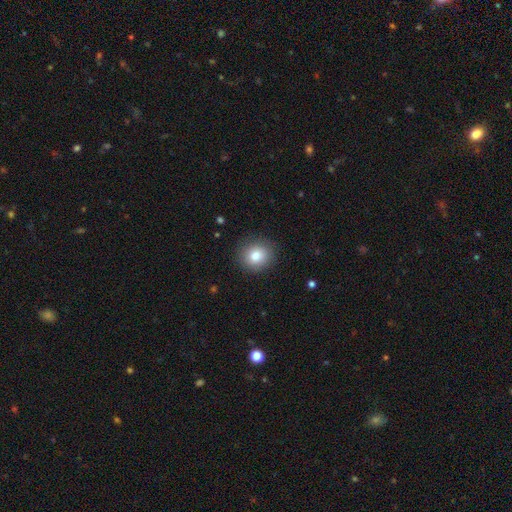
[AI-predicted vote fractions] A smooth galaxy with no disk features (83%) that is round (84%). Merging: none (88%).